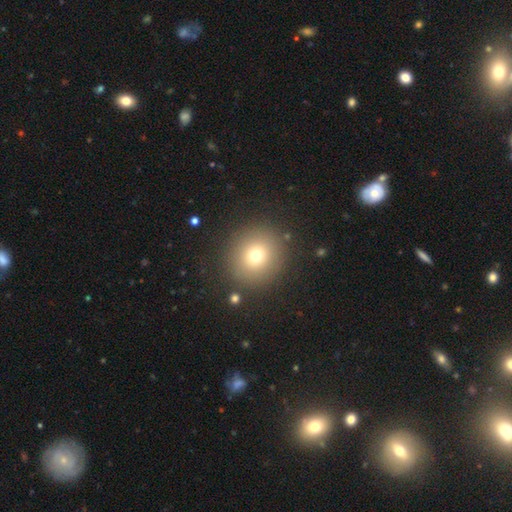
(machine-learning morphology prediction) smooth-or-featured: smooth: 72% | star or artifact: 16% | featured or disk: 12%
  how-rounded: round: 90% | in between: 9% | cigar-shaped: 1%
  merging: none: 87% | minor disturbance: 7% | major disturbance: 4% | merger: 2%